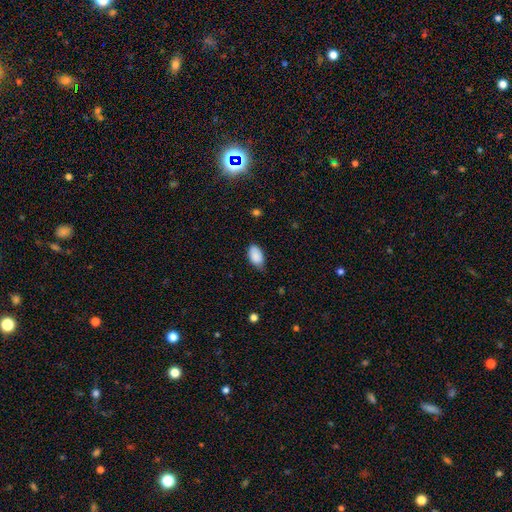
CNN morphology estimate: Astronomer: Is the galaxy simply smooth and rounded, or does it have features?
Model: smooth — 88%.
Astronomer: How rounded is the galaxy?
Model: in between — 94%.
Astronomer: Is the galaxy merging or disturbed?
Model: none — 59% (runner-up: minor disturbance, 34%).